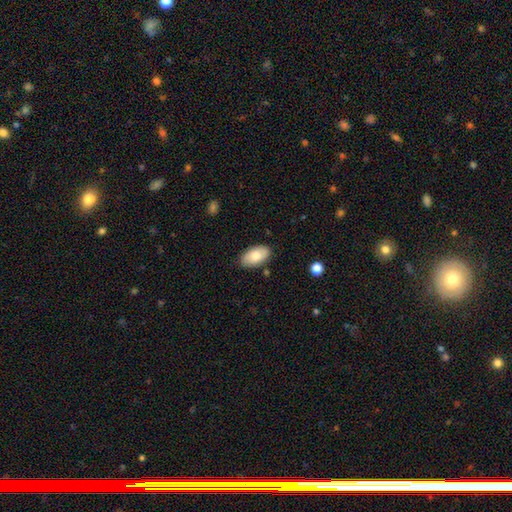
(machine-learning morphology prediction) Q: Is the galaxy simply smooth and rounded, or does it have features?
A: smooth — 80%.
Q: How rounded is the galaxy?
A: in between — 95%.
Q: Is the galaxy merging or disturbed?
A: none — 84%.